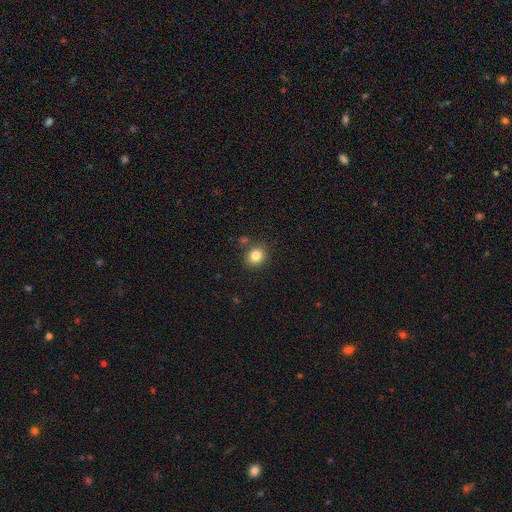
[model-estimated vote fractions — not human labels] Morphology: type=smooth (83%); roundness=round (75%); merging=none (81%).